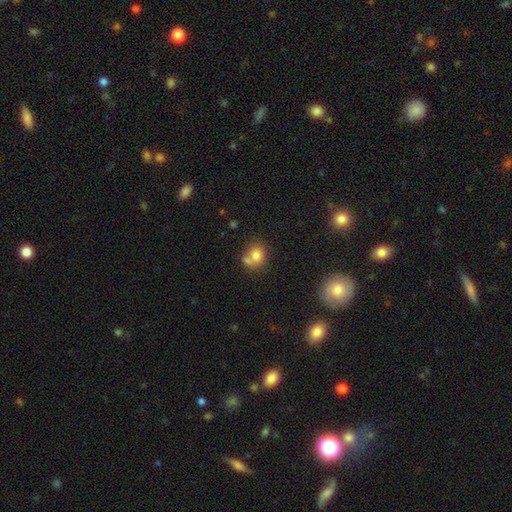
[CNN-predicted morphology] Smooth or featured?
  - smooth: 76% *
  - featured or disk: 13%
  - star or artifact: 11%
How rounded?
  - round: 66% *
  - in between: 33%
  - cigar-shaped: 1%
Merging?
  - merger: 43% *
  - none: 39%
  - minor disturbance: 13%
  - major disturbance: 6%